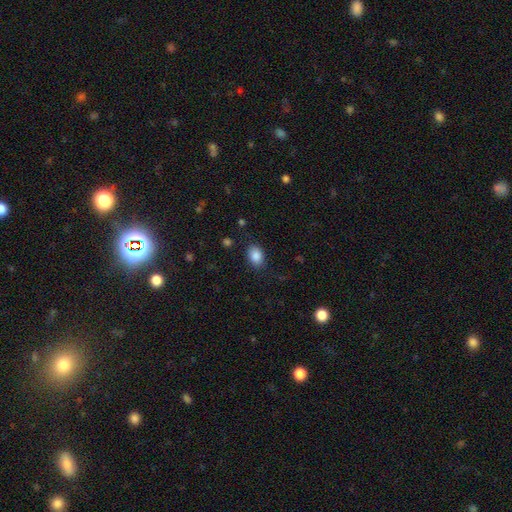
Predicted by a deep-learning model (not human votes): smooth 87%, star or artifact 8%, featured or disk 5%. Down the decision tree: how rounded — in between (78%); merging — none (83%).